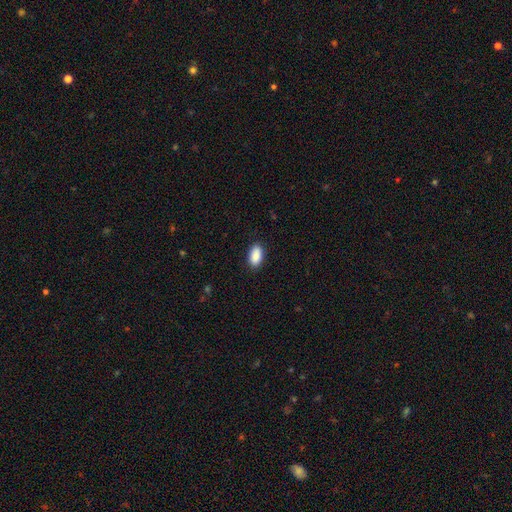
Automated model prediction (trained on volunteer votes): This appears to be a smooth galaxy with no disk features (91%) that is in between round and cigar-shaped (93%). Merging: none (88%).